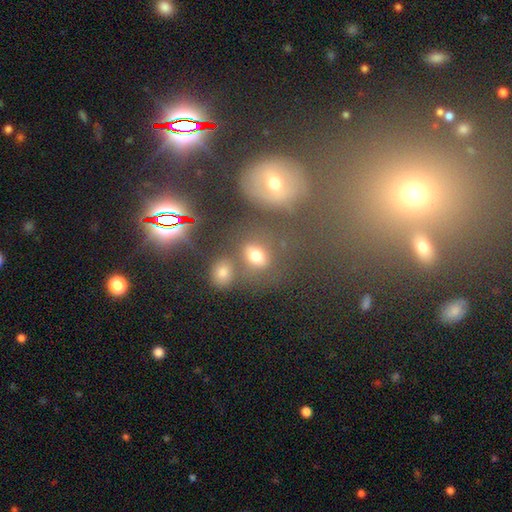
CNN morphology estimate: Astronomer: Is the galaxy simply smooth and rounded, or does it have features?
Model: smooth — 65%.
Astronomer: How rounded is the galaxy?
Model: in between — 55% (runner-up: round, 43%).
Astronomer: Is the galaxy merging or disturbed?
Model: none — 54%.